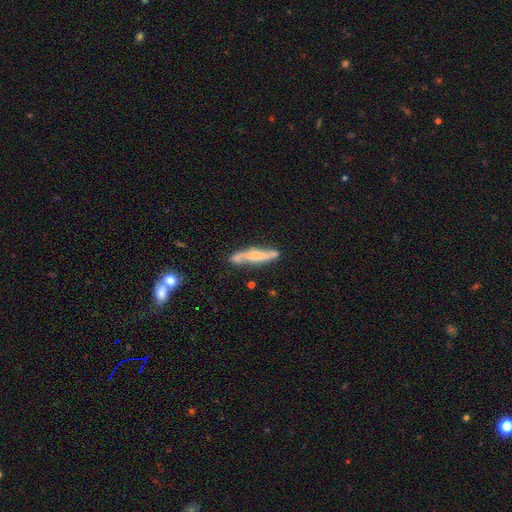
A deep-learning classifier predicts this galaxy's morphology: A featured or disk galaxy (60%) viewed edge-on (58%).

Vote fractions:
- Smooth or featured? featured or disk: 60% / smooth: 34% / star or artifact: 6%
- Edge-on disk? yes: 58% / no: 42%
- Merging? none: 69% / minor disturbance: 20% / merger: 6% / major disturbance: 5%